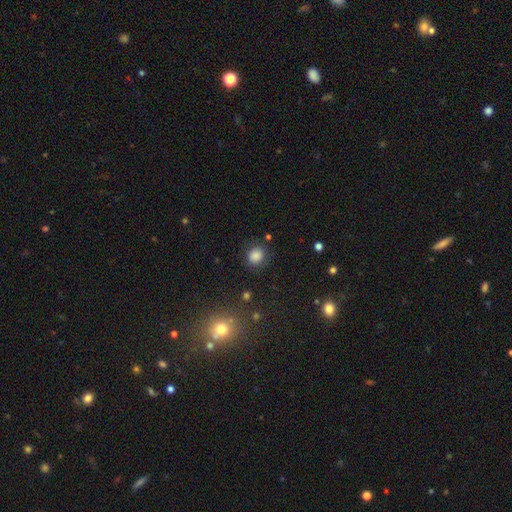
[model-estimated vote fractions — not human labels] Smooth or featured? smooth (83%)
How rounded? round (73%)
Merging? none (79%)